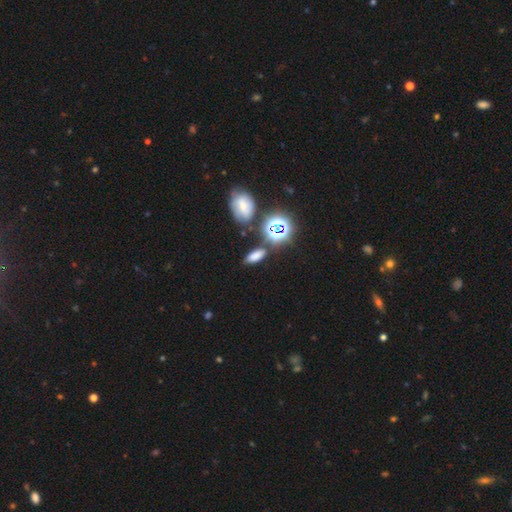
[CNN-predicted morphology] This appears to be a smooth galaxy with no disk features (67%) that is in between round and cigar-shaped (72%). Merging: none (76%).